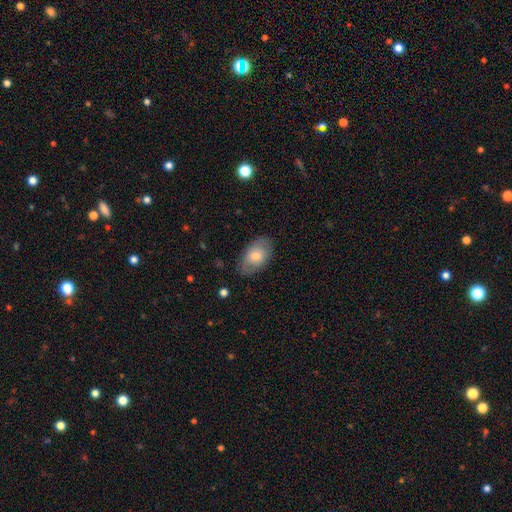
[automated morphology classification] Smooth or featured?
  - smooth: 69% *
  - featured or disk: 25%
  - star or artifact: 6%
How rounded?
  - in between: 92% *
  - round: 6%
  - cigar-shaped: 2%
Merging?
  - none: 79% *
  - minor disturbance: 16%
  - major disturbance: 4%
  - merger: 1%